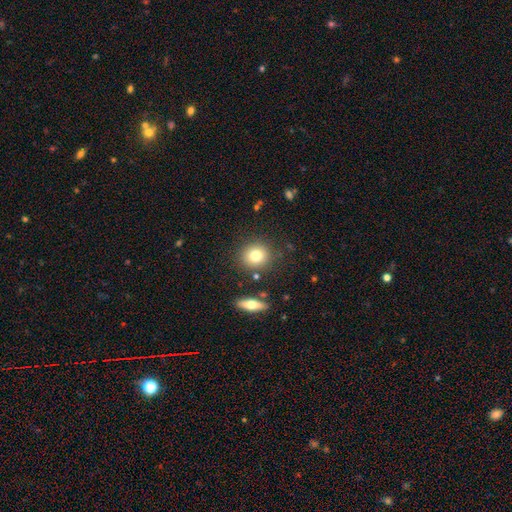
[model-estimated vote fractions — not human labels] A smooth galaxy with no disk features (78%) that is round (84%).

Vote fractions:
- Smooth or featured? smooth: 78% / featured or disk: 12% / star or artifact: 10%
- How rounded? round: 84% / in between: 15% / cigar-shaped: 1%
- Merging? none: 84% / minor disturbance: 8% / merger: 5% / major disturbance: 3%